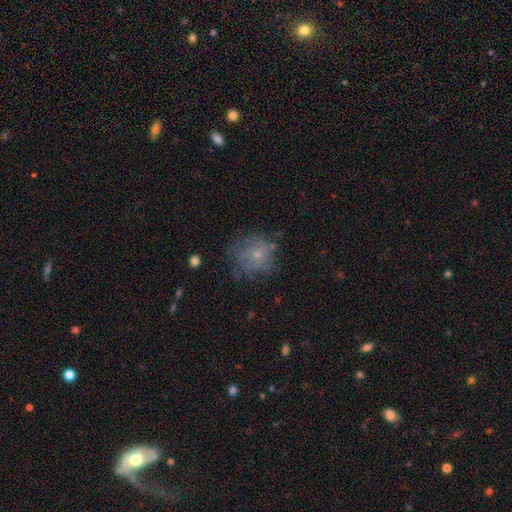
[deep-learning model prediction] Morphology: type=smooth (48%); merging=none (59%).